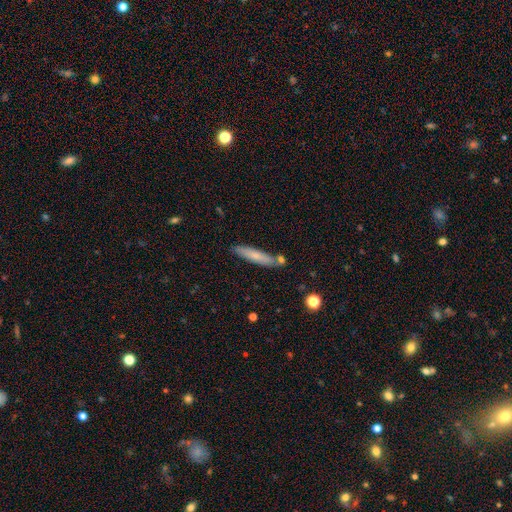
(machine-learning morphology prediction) Smooth or featured: smooth — 66% (featured or disk — 27%)
How rounded: cigar-shaped — 87% (in between — 12%)
Merging: none — 77% (minor disturbance — 13%)